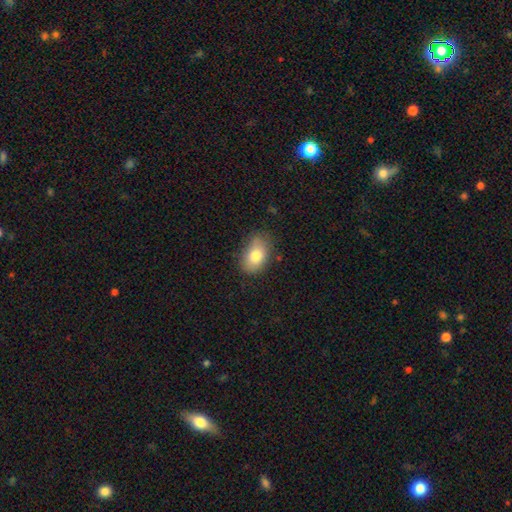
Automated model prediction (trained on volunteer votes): Overall: smooth (79%). How rounded: in between (87%). Merging: none (73%).